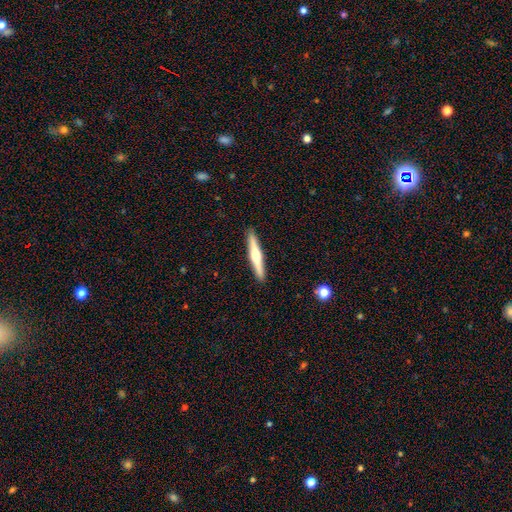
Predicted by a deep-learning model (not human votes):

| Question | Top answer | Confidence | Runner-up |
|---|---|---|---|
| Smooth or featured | featured or disk | 61% | smooth (34%) |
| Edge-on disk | yes | 97% | no (3%) |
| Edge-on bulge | rounded | 90% | none (6%) |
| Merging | none | 92% | minor disturbance (6%) |